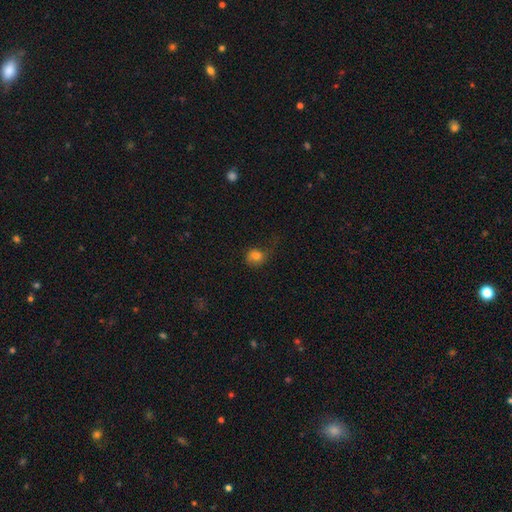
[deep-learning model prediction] Smooth or featured?
  - smooth: 79% *
  - star or artifact: 12%
  - featured or disk: 9%
How rounded?
  - round: 74% *
  - in between: 25%
  - cigar-shaped: 1%
Merging?
  - none: 47% *
  - minor disturbance: 28%
  - major disturbance: 23%
  - merger: 3%